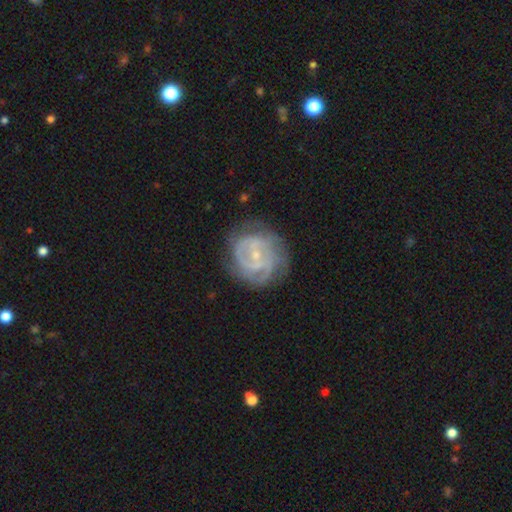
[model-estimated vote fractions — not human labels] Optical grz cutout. It shows a featured or disk galaxy (82%) with no bar (49%), tight (60%) spiral arms (92%) and a small central bulge (75%). Merging: none (71%).